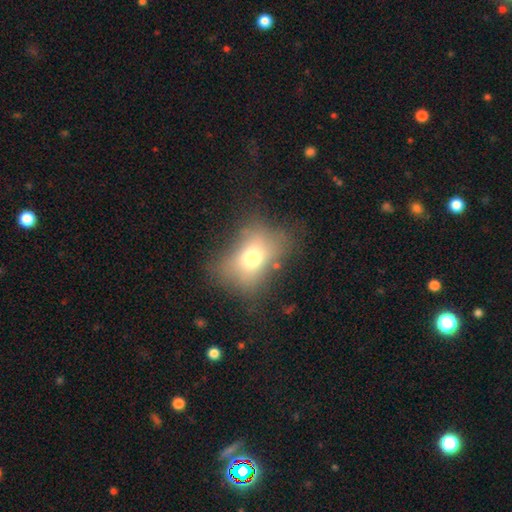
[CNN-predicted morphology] This is likely a smooth galaxy (66%). How rounded: likely in between (71%). Merging: possibly none (56%).